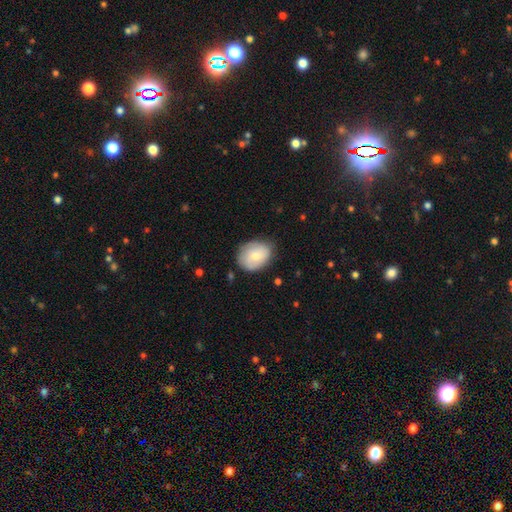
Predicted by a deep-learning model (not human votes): This is likely a smooth galaxy (70%). How rounded: possibly in between (56%). Merging: likely none (75%).